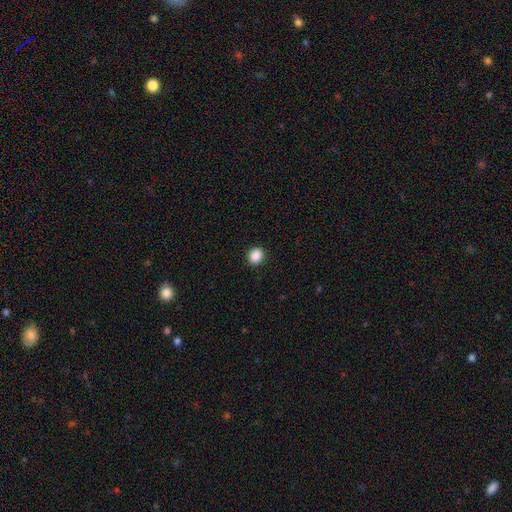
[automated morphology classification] Smooth or featured?
  - smooth: 88% *
  - star or artifact: 10%
  - featured or disk: 2%
How rounded?
  - round: 82% *
  - in between: 17%
  - cigar-shaped: 1%
Merging?
  - none: 92% *
  - minor disturbance: 5%
  - major disturbance: 2%
  - merger: 1%